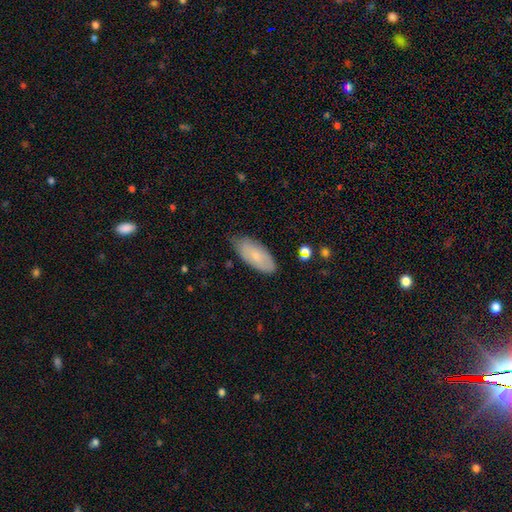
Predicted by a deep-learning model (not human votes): The model was most divided on "merging": none: 70%, minor disturbance: 25%, major disturbance: 4%, merger: 2%. More confident: how rounded — in between (86%); smooth or featured — smooth (74%).